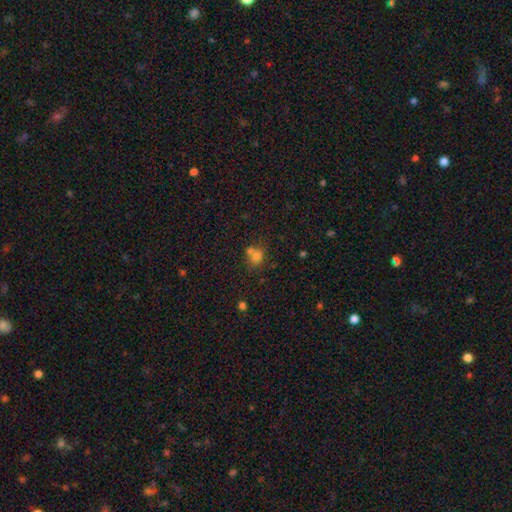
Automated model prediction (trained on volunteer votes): Smooth or featured? Predicted: smooth (p=0.71). How rounded? Predicted: round (p=0.67). Merging? Predicted: none (p=0.44).